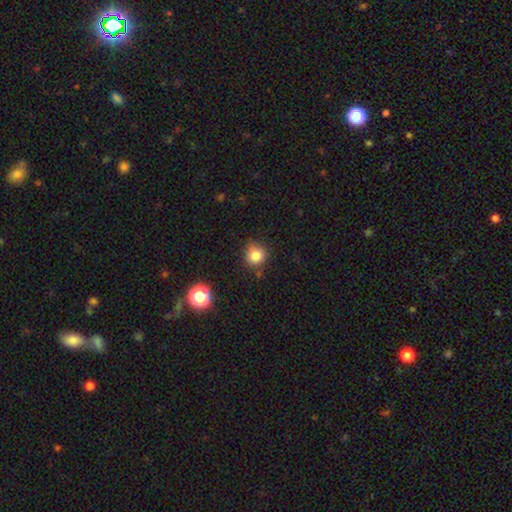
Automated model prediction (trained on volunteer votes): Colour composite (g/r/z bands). It shows a smooth galaxy with no disk features (83%) that is round (90%). Merging: none (80%).